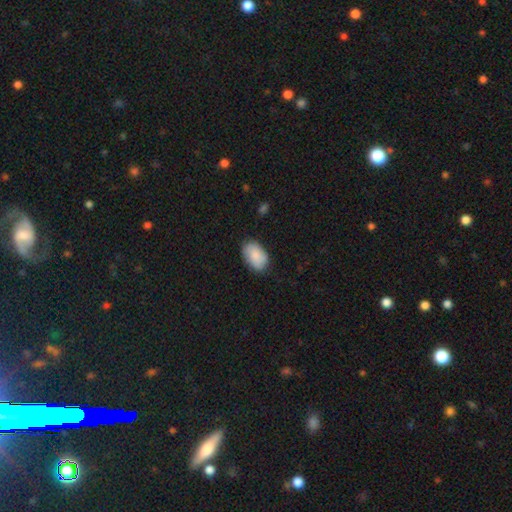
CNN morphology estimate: Smooth or featured? smooth (82%)
How rounded? in between (89%)
Merging? none (78%)